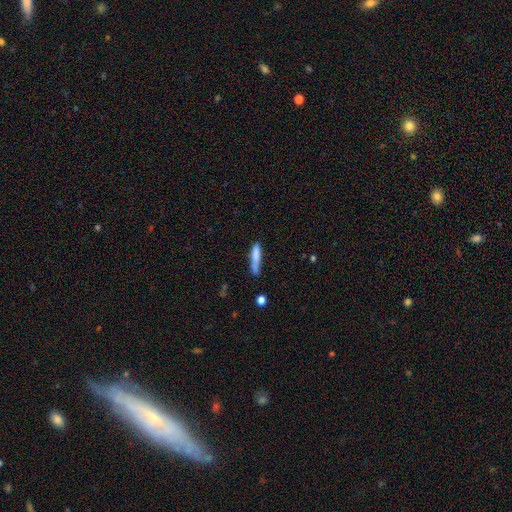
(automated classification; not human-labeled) Q: Smooth or featured?
A: smooth (78%); runner-up: featured or disk (15%)
Q: How rounded?
A: cigar-shaped (89%); runner-up: in between (9%)
Q: Merging?
A: none (65%); runner-up: minor disturbance (24%)